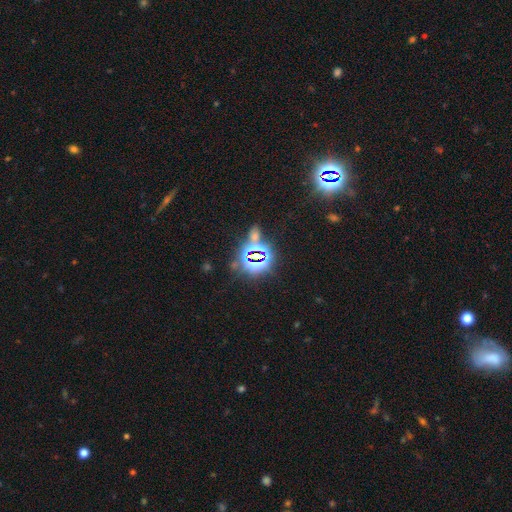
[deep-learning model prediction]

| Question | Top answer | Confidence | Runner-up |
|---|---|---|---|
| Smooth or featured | star or artifact | 75% | smooth (17%) |